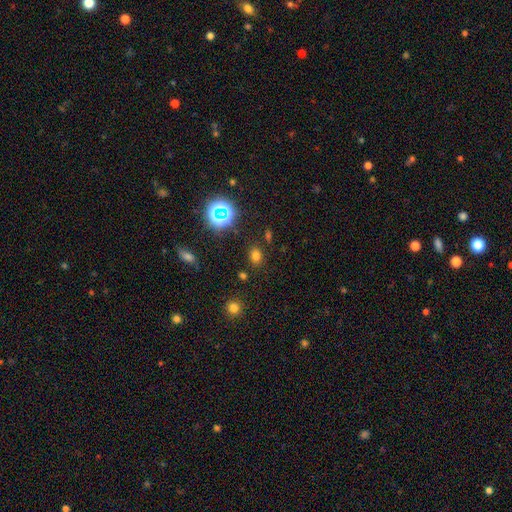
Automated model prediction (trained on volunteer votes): smooth_or_featured: smooth (p=0.69) [alt: star or artifact p=0.25]
how_rounded: in between (p=0.58) [alt: round p=0.41]
merging: none (p=0.84) [alt: minor disturbance p=0.09]